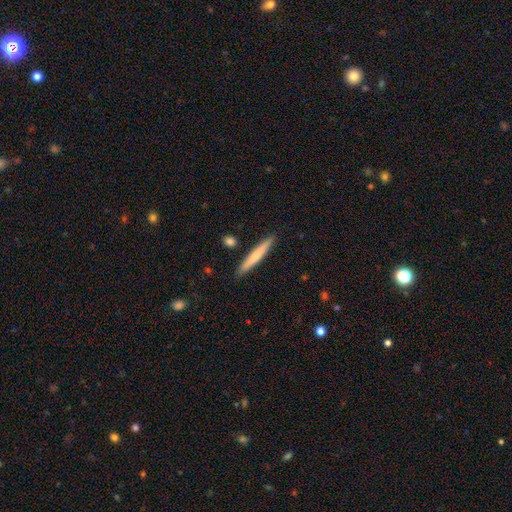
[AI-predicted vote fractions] Q: Smooth or featured?
A: smooth (69%); runner-up: featured or disk (26%)
Q: How rounded?
A: cigar-shaped (96%); runner-up: in between (3%)
Q: Merging?
A: none (90%); runner-up: minor disturbance (7%)